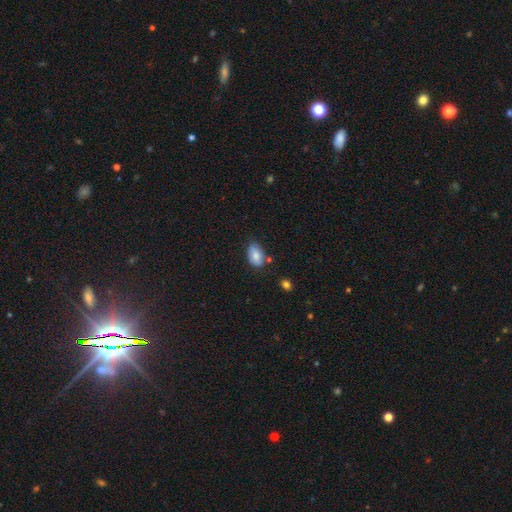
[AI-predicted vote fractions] Smooth or featured: smooth — 80% (featured or disk — 13%)
How rounded: in between — 92% (round — 6%)
Merging: none — 69% (minor disturbance — 23%)